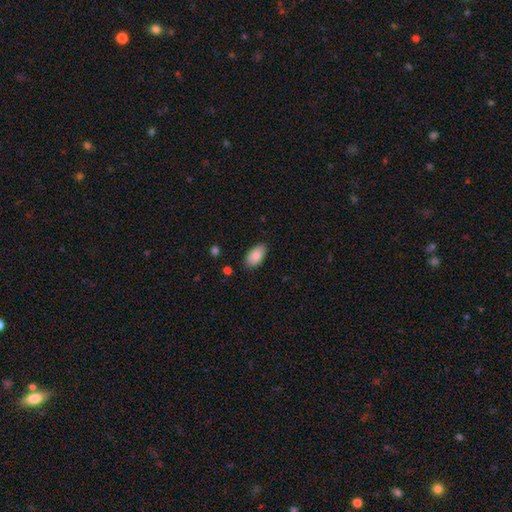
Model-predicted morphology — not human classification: smooth-or-featured: smooth: 88% | star or artifact: 7% | featured or disk: 5%
  how-rounded: in between: 94% | round: 3% | cigar-shaped: 3%
  merging: none: 85% | minor disturbance: 11% | major disturbance: 2% | merger: 1%